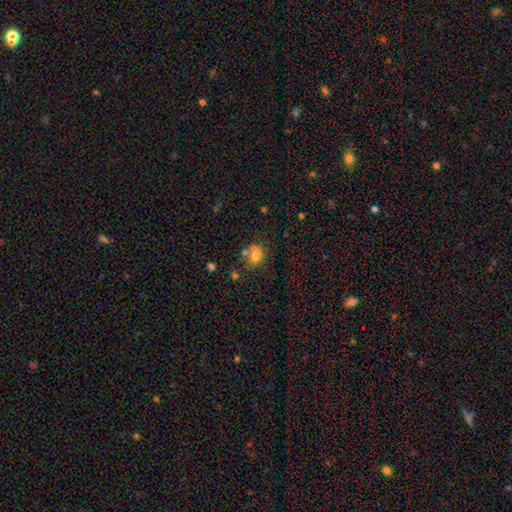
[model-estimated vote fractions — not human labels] Smooth or featured? Predicted: smooth (p=0.68). How rounded? Predicted: round (p=0.62). Merging? Predicted: none (p=0.45).